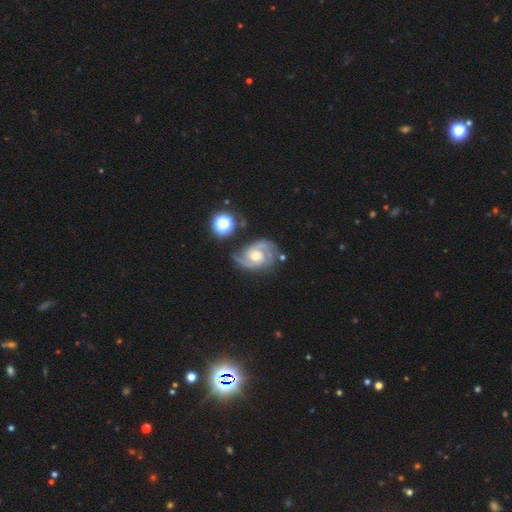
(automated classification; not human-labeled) Smooth or featured? featured or disk (89%)
Edge-on disk? no (98%)
Bar? no (64%)
Spiral arms? yes (98%)
Spiral winding? tight (45%, tied with medium)
Spiral arm count? 2 (67%)
Bulge size? moderate (68%)
Merging? none (65%)